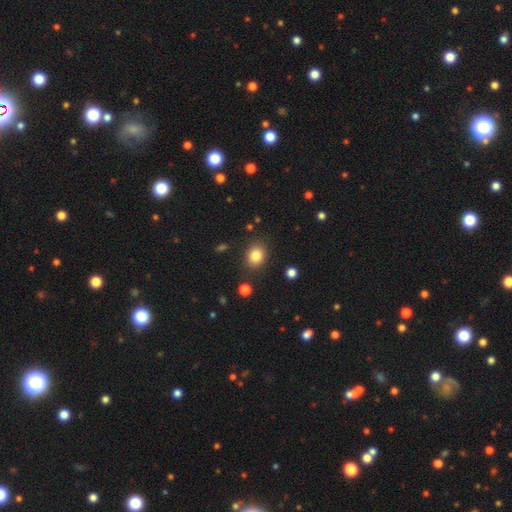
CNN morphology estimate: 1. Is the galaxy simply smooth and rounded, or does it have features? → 83% smooth, 11% star or artifact, 6% featured or disk.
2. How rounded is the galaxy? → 61% round, 39% in between, 1% cigar-shaped.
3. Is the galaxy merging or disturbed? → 86% none, 9% minor disturbance, 3% major disturbance, 2% merger.